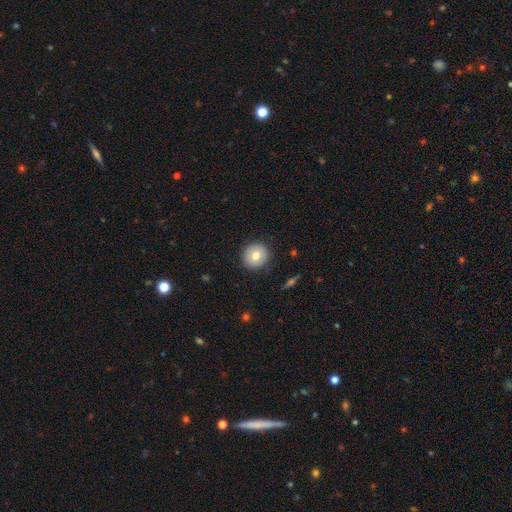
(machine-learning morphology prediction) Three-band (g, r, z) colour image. It shows a smooth galaxy with no disk features (71%) that is round (94%). Merging: none (90%).